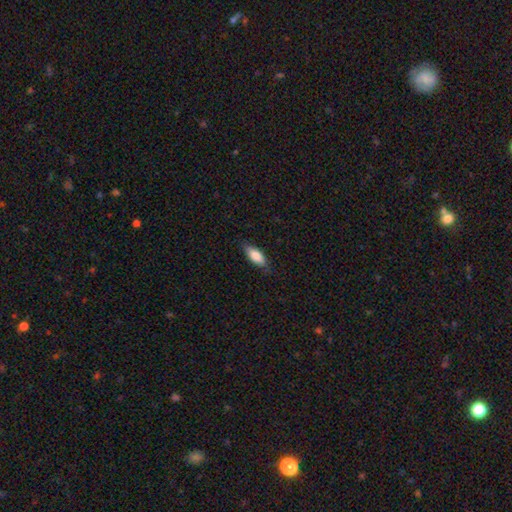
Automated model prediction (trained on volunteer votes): Smooth or featured? Predicted: smooth (p=0.80). How rounded? Predicted: in between (p=0.78). Merging? Predicted: none (p=0.79).